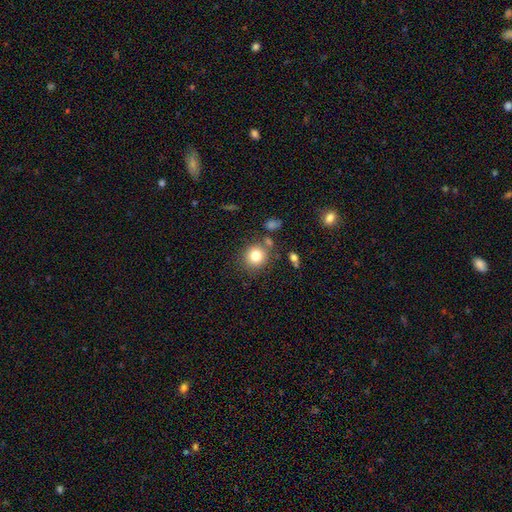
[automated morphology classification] A smooth galaxy with no disk features (80%) that is round (87%).

Vote fractions:
- Smooth or featured? smooth: 80% / star or artifact: 11% / featured or disk: 8%
- How rounded? round: 87% / in between: 12% / cigar-shaped: 1%
- Merging? none: 78% / minor disturbance: 10% / merger: 8% / major disturbance: 4%